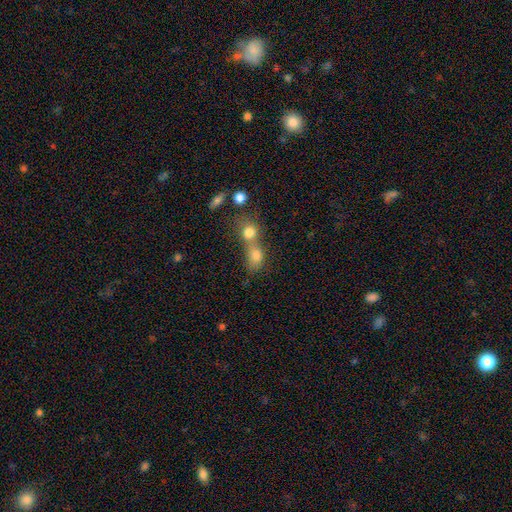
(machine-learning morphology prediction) smooth 78%, featured or disk 11%, star or artifact 11%. Down the decision tree: how rounded — in between (51%); merging — merger (65%).